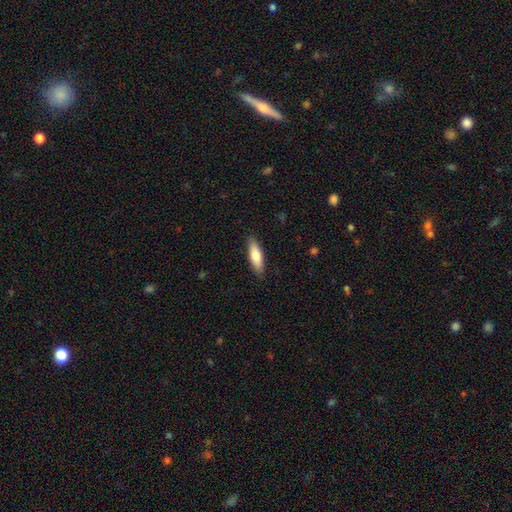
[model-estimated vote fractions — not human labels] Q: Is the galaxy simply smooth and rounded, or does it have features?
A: smooth — 73%.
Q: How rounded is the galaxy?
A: cigar-shaped — 52%.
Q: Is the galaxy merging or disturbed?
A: none — 89%.